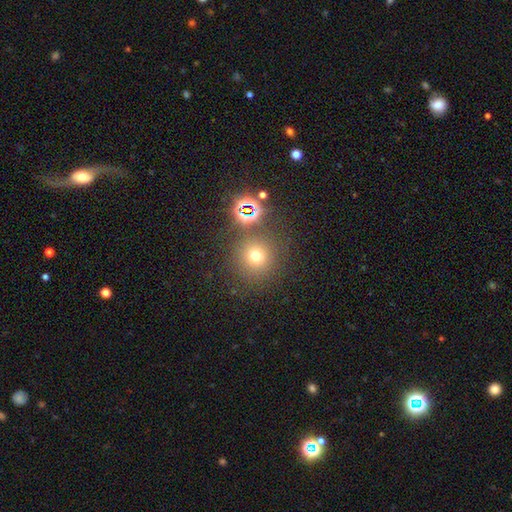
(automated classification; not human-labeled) Smooth or featured? smooth (68%)
How rounded? round (93%)
Merging? none (80%)